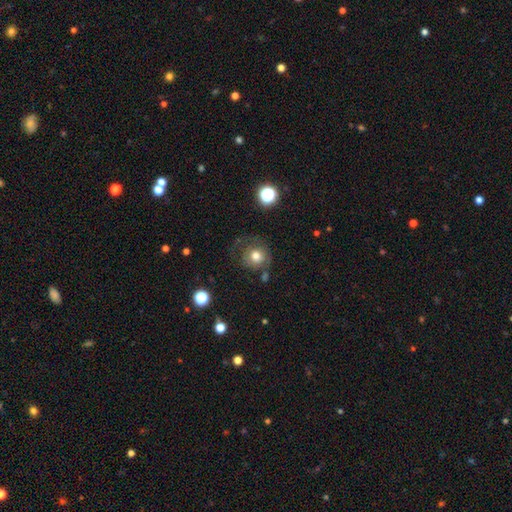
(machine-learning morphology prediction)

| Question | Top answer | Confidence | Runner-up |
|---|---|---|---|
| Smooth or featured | smooth | 66% | featured or disk (23%) |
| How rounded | round | 86% | in between (13%) |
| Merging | none | 55% | minor disturbance (21%) |